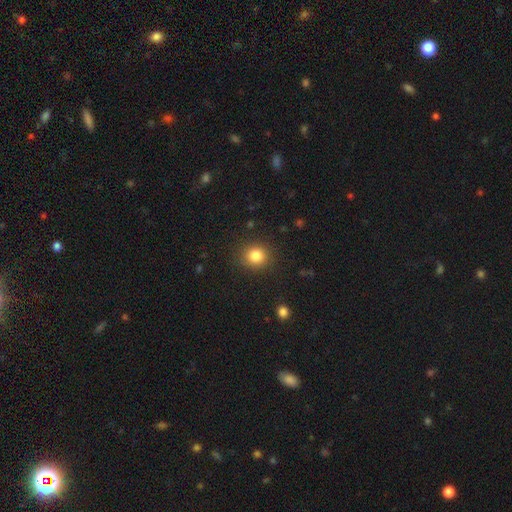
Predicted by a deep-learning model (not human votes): This is clearly a smooth galaxy (83%). How rounded: clearly round (85%). Merging: clearly none (88%).